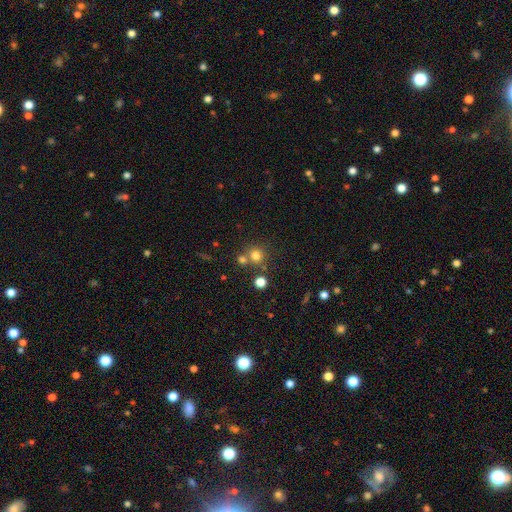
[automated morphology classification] A smooth galaxy with no disk features (75%) that is round (91%).

Vote fractions:
- Smooth or featured? smooth: 75% / star or artifact: 17% / featured or disk: 8%
- How rounded? round: 91% / in between: 8% / cigar-shaped: 1%
- Merging? none: 66% / merger: 22% / minor disturbance: 8% / major disturbance: 3%